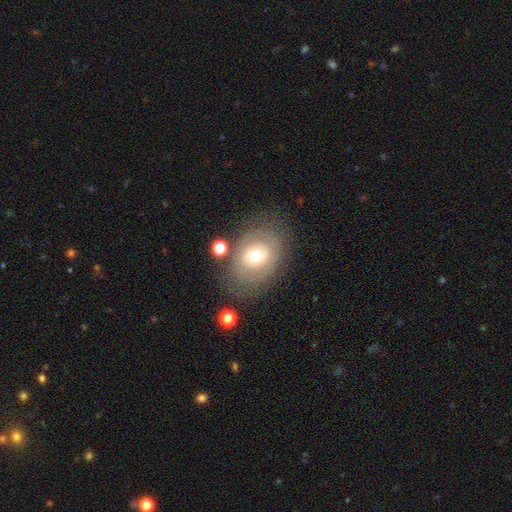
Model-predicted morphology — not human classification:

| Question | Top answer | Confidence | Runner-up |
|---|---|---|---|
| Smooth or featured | smooth | 57% | featured or disk (32%) |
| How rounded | in between | 63% | round (36%) |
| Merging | none | 71% | minor disturbance (16%) |